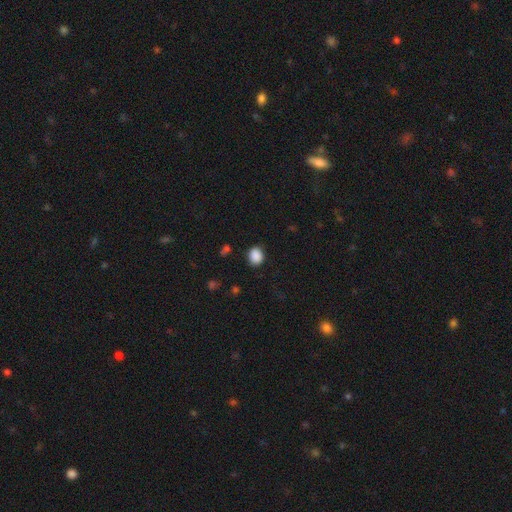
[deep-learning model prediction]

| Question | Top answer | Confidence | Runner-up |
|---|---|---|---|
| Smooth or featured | smooth | 88% | star or artifact (9%) |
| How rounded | round | 60% | in between (39%) |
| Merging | none | 86% | minor disturbance (10%) |